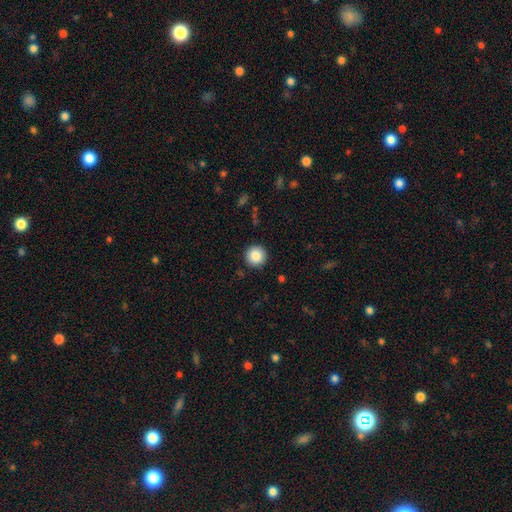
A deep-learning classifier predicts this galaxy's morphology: Smooth or featured? Predicted: smooth (p=0.86). How rounded? Predicted: round (p=0.96). Merging? Predicted: none (p=0.92).